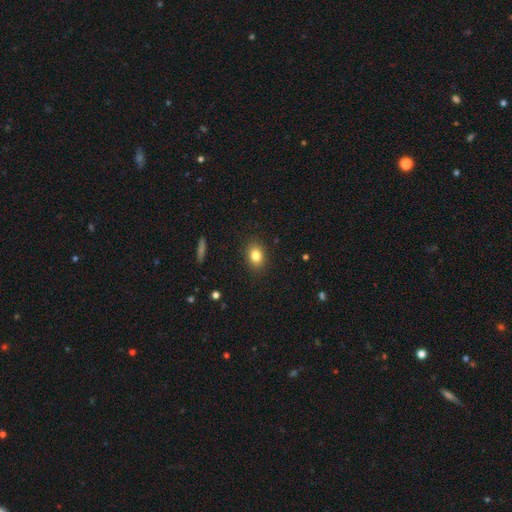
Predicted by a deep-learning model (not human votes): This is clearly a smooth galaxy (82%). How rounded: likely in between (66%). Merging: clearly none (88%).